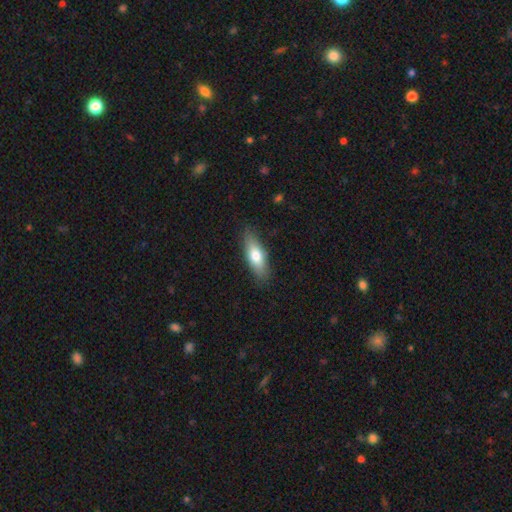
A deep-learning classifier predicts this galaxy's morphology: Smooth or featured? Predicted: smooth (p=0.69). How rounded? Predicted: in between (p=0.60). Merging? Predicted: none (p=0.84).